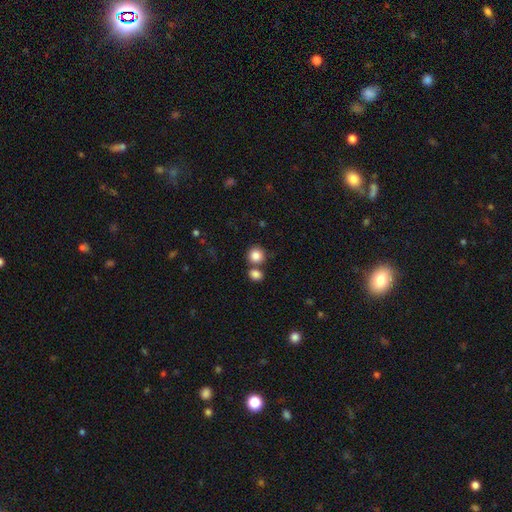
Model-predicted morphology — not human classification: This appears to be a smooth galaxy with no disk features (85%) that is round (86%). Merging: none (60%).